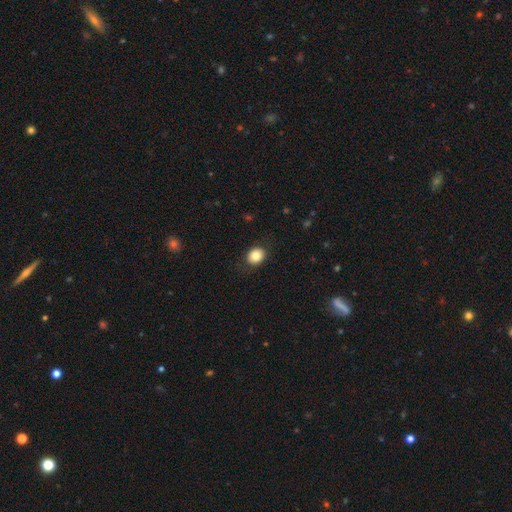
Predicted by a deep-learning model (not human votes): The model was most divided on "how rounded": round: 59%, in between: 40%, cigar-shaped: 1%. More confident: merging — none (86%); smooth or featured — smooth (83%).